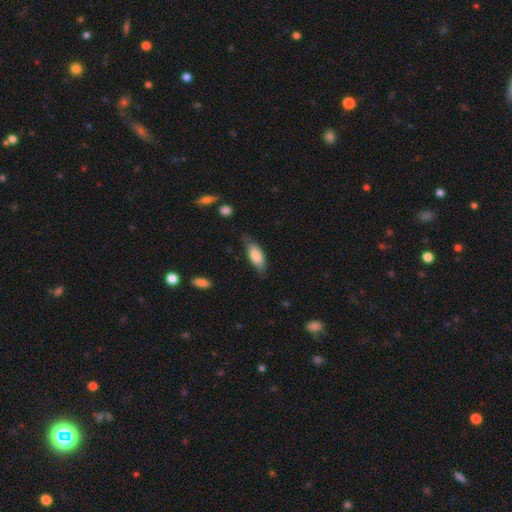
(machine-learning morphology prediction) Smooth or featured? Predicted: smooth (p=0.77). How rounded? Predicted: in between (p=0.81). Merging? Predicted: none (p=0.64).